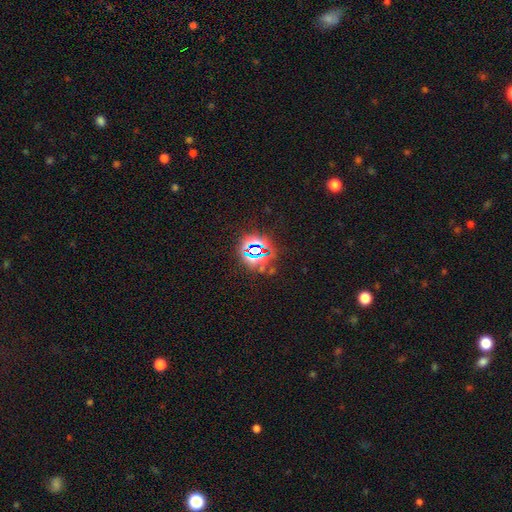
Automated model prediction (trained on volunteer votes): A star or artifact, not a galaxy (78%).